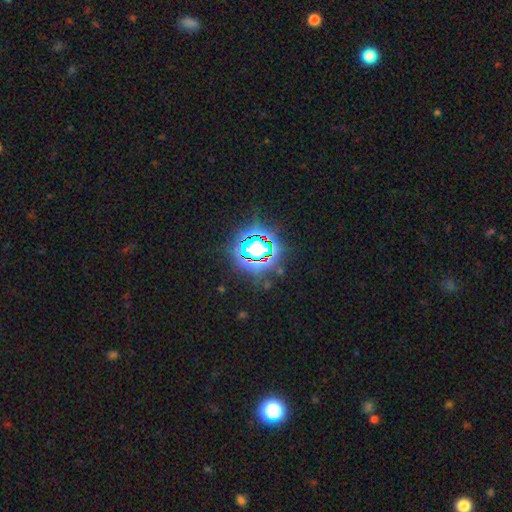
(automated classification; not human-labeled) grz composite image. It shows a star or artifact, not a galaxy (80%).